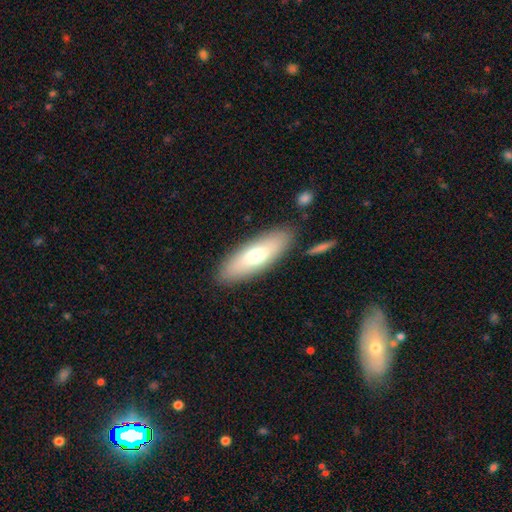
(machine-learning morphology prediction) Smooth or featured? Predicted: smooth (p=0.67). How rounded? Predicted: in between (p=0.61). Merging? Predicted: none (p=0.85).